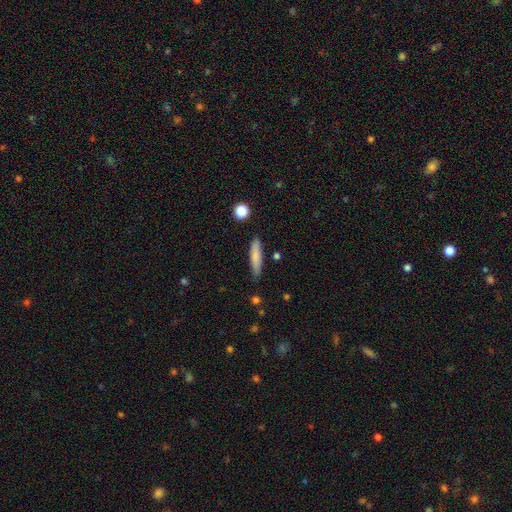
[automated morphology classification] Smooth or featured?
  - smooth: 79% *
  - featured or disk: 14%
  - star or artifact: 7%
How rounded?
  - cigar-shaped: 83% *
  - in between: 16%
  - round: 2%
Merging?
  - none: 83% *
  - minor disturbance: 13%
  - major disturbance: 2%
  - merger: 2%